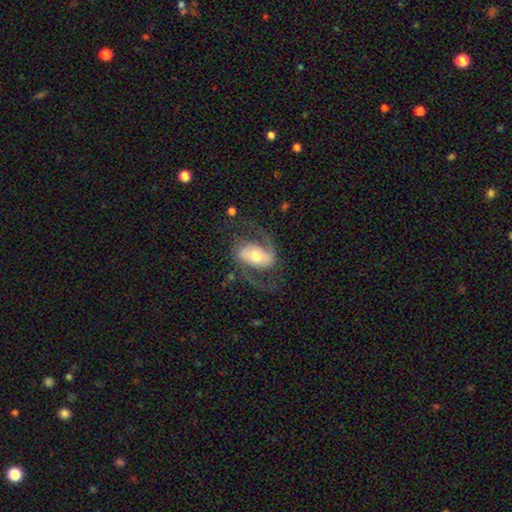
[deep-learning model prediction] Smooth or featured? featured or disk (84%)
Edge-on disk? no (97%)
Bar? weak (37%)
Spiral arms? yes (94%)
Spiral winding? medium (49%)
Spiral arm count? 2 (91%)
Bulge size? moderate (66%)
Merging? none (68%)